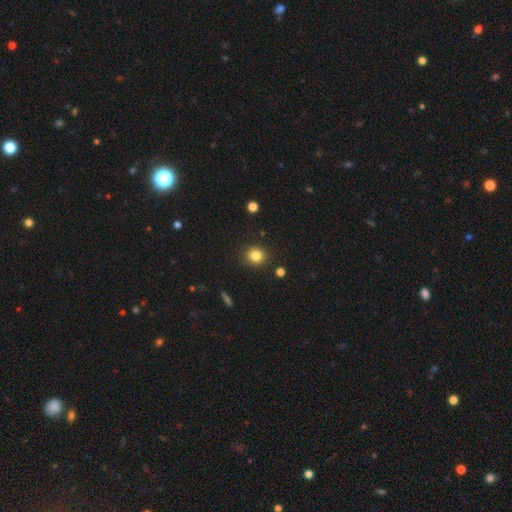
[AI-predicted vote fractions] smooth-or-featured: smooth: 82% | star or artifact: 12% | featured or disk: 6%
  how-rounded: round: 87% | in between: 12% | cigar-shaped: 1%
  merging: none: 89% | minor disturbance: 7% | major disturbance: 2% | merger: 2%